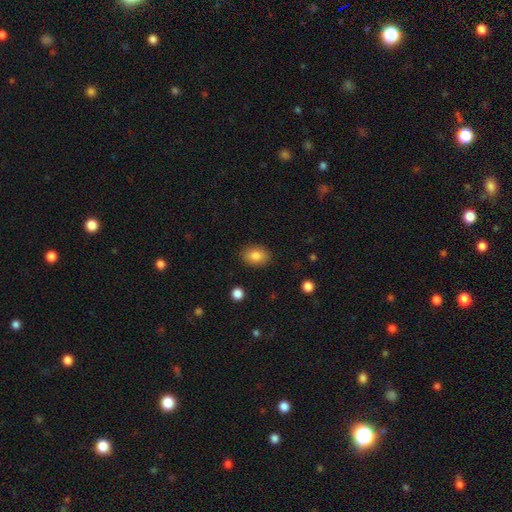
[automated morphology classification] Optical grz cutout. It shows a smooth galaxy with no disk features (84%) that is in between round and cigar-shaped (74%). Merging: none (87%).